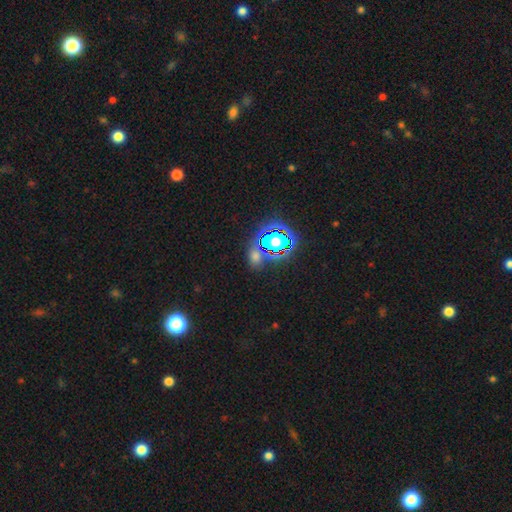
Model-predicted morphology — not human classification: This appears to be a star or artifact, not a galaxy (45%).